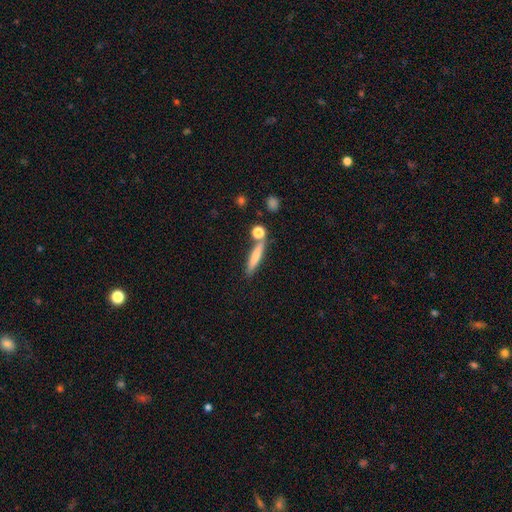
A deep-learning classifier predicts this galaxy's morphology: smooth-or-featured: smooth: 70% | featured or disk: 22% | star or artifact: 7%
  how-rounded: cigar-shaped: 86% | in between: 10% | round: 4%
  merging: none: 70% | merger: 14% | minor disturbance: 11% | major disturbance: 4%